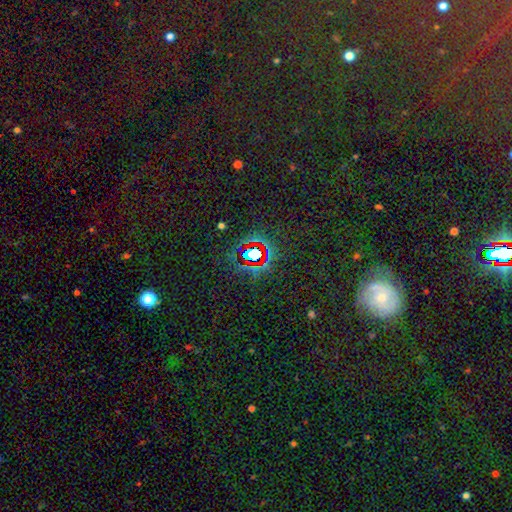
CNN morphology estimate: type=star or artifact (75%).